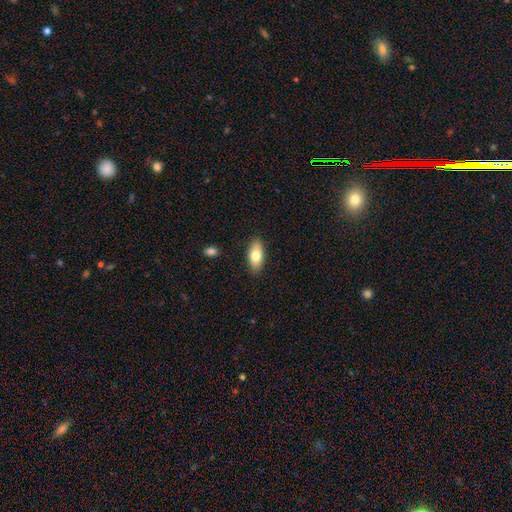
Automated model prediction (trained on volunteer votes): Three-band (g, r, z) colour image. It shows a smooth galaxy with no disk features (76%) that is in between round and cigar-shaped (86%). Merging: none (87%).